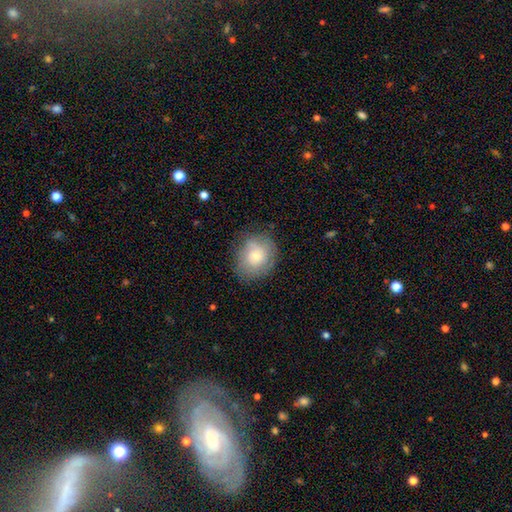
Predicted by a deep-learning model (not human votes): Smooth or featured? smooth (69%)
How rounded? round (68%)
Merging? none (72%)